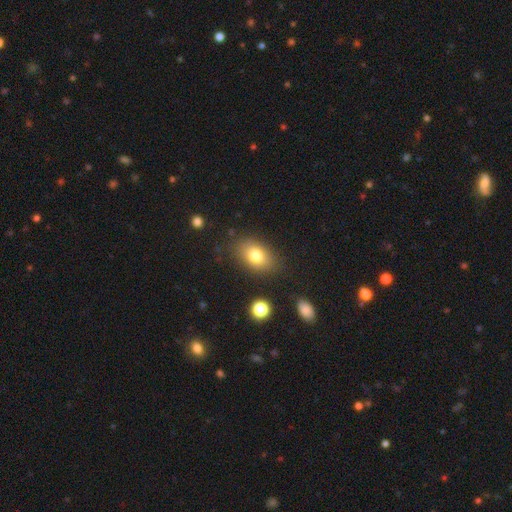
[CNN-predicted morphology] Smooth or featured: smooth — 78% (featured or disk — 12%)
How rounded: in between — 83% (round — 16%)
Merging: none — 82% (minor disturbance — 12%)